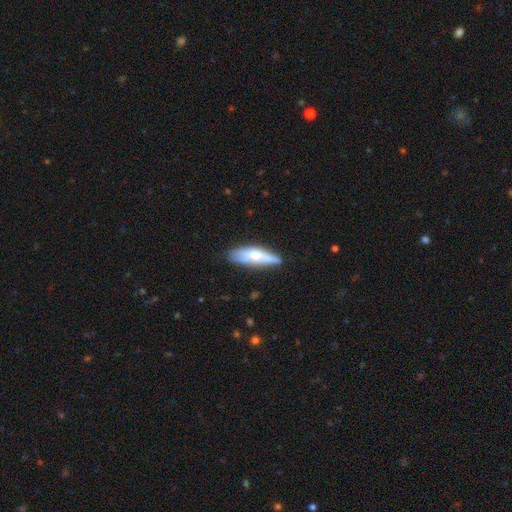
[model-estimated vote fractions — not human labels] This is possibly a smooth galaxy (56%). How rounded: possibly cigar-shaped (54%). Merging: likely none (64%).